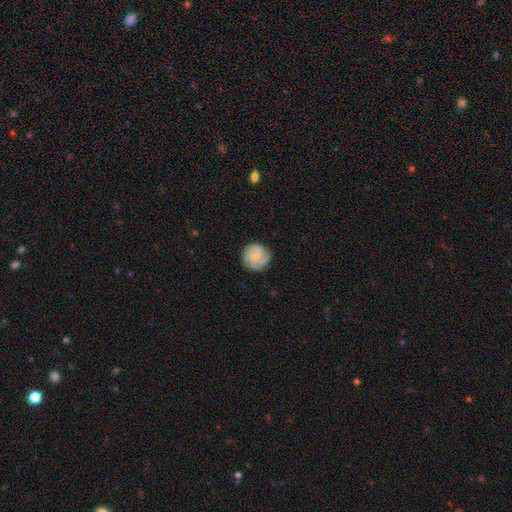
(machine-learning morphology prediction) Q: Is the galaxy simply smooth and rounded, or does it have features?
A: featured or disk — 55%.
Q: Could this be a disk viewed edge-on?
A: no — 98%.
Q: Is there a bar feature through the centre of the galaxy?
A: no — 73%.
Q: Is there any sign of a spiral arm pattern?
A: yes — 90%.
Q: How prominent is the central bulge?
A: small — 68%.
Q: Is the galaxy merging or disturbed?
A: none — 80%.